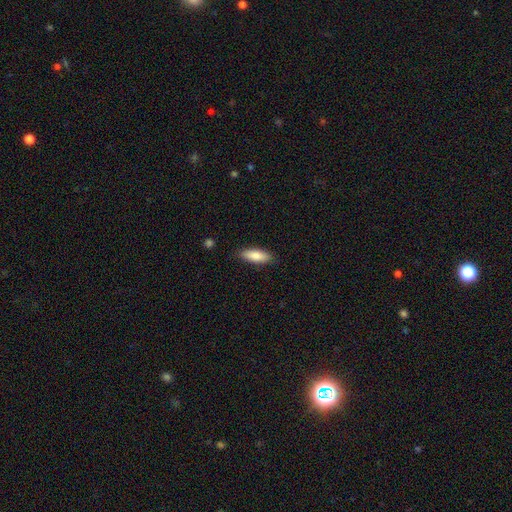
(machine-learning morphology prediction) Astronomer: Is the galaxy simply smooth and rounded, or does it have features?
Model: smooth — 82%.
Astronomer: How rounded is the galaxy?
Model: in between — 59% (runner-up: cigar-shaped, 39%).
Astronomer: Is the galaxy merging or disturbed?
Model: none — 86%.